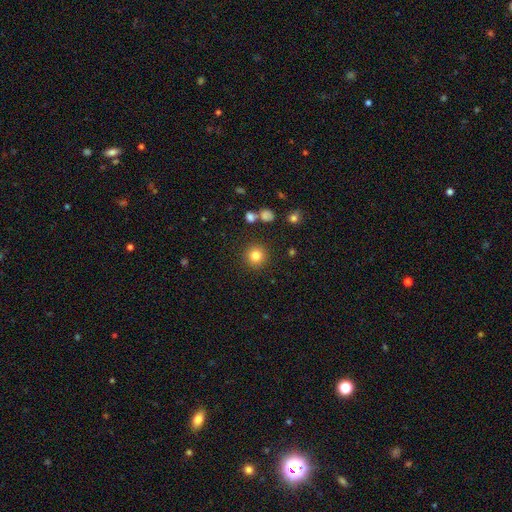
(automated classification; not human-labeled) Smooth or featured? Predicted: smooth (p=0.81). How rounded? Predicted: round (p=0.94). Merging? Predicted: none (p=0.89).